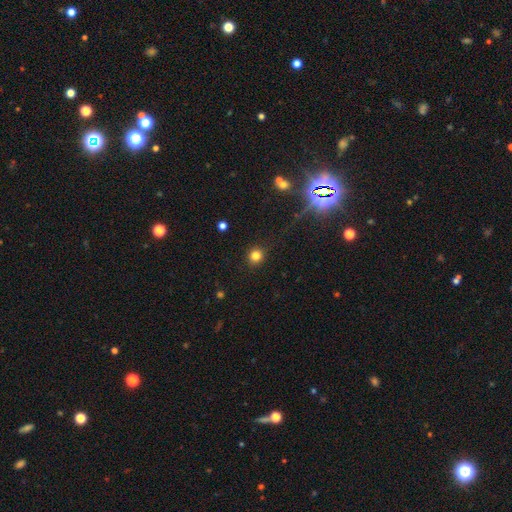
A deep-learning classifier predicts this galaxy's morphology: This appears to be a smooth galaxy with no disk features (80%) that is round (90%). Merging: none (90%).